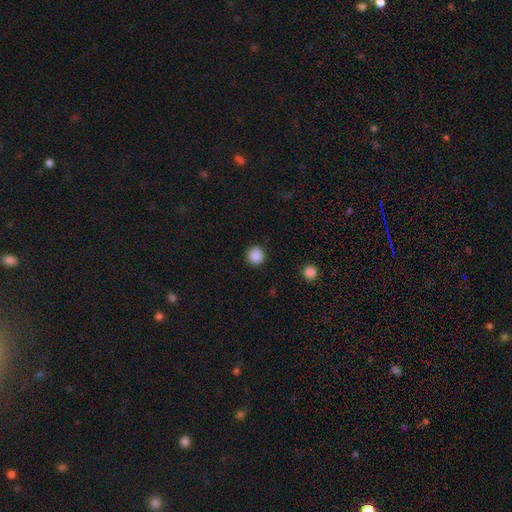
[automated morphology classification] A smooth galaxy with no disk features (88%) that is round (95%). Merging: none (92%).